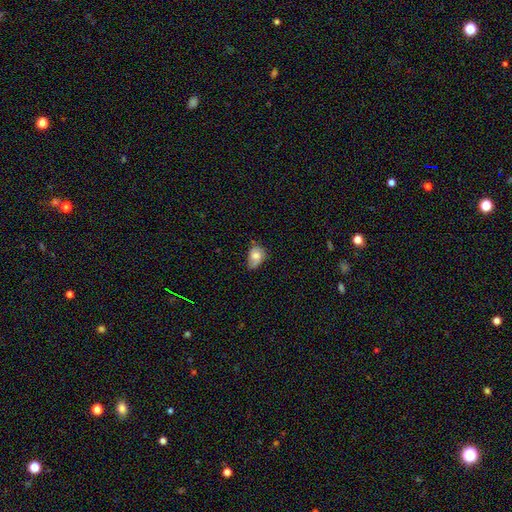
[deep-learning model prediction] Smooth or featured: smooth — 73% (featured or disk — 18%)
How rounded: in between — 72% (round — 26%)
Merging: minor disturbance — 45% (none — 38%)